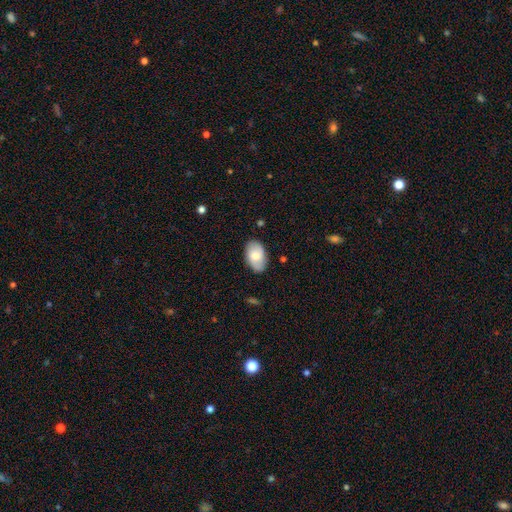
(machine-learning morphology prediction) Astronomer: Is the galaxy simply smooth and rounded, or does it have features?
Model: smooth — 70%.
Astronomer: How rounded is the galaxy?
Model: in between — 92%.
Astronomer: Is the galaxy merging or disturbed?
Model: none — 83%.